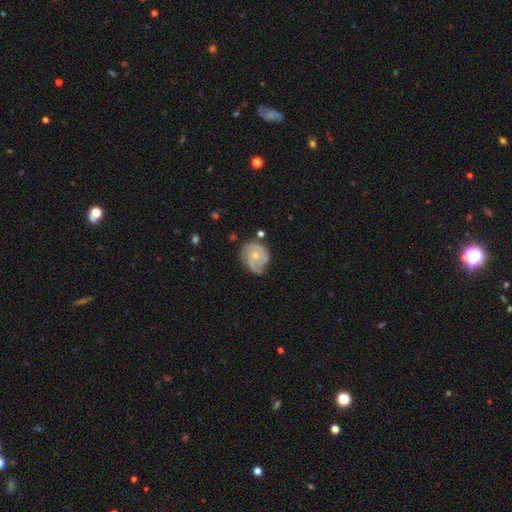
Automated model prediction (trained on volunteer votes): Overall: featured or disk (76%). Edge-on disk: no (97%). Bar: no (75%). Spiral arms: yes (93%). Spiral arm count: 2 (44%; 3 24%). Spiral winding: tight (49%; medium 37%). Bulge size: small (54%; moderate 43%). Merging: none (57%; minor disturbance 29%).